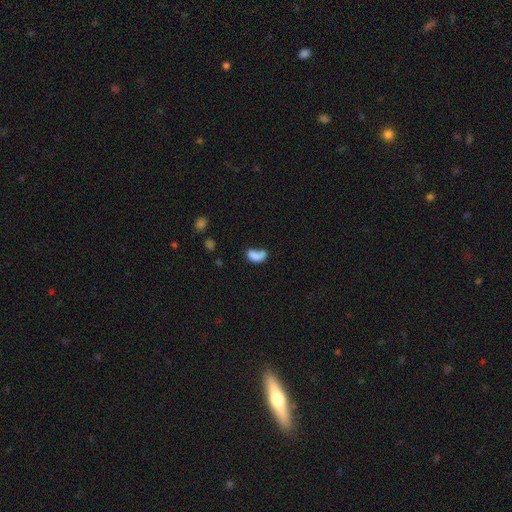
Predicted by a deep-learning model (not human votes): A smooth galaxy with no disk features (74%) that is in between round and cigar-shaped (88%).

Vote fractions:
- Smooth or featured? smooth: 74% / featured or disk: 16% / star or artifact: 10%
- How rounded? in between: 88% / round: 8% / cigar-shaped: 4%
- Merging? merger: 30% / none: 27% / major disturbance: 23% / minor disturbance: 20%